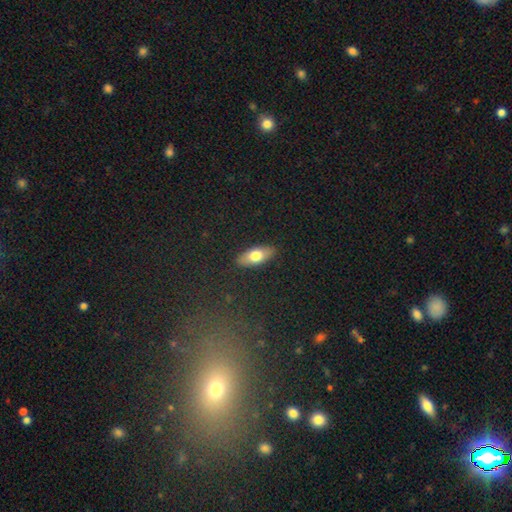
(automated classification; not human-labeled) smooth-or-featured: smooth: 72% | featured or disk: 21% | star or artifact: 6%
  how-rounded: in between: 81% | cigar-shaped: 15% | round: 3%
  merging: none: 89% | minor disturbance: 8% | major disturbance: 2% | merger: 1%